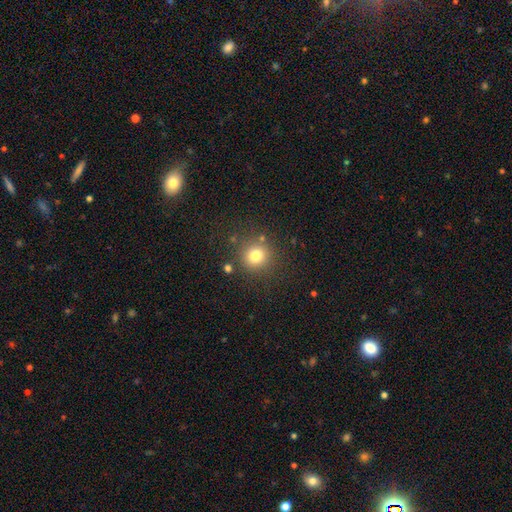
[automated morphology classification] Q: Smooth or featured?
A: smooth (78%); runner-up: star or artifact (14%)
Q: How rounded?
A: round (92%); runner-up: in between (7%)
Q: Merging?
A: none (84%); runner-up: minor disturbance (9%)